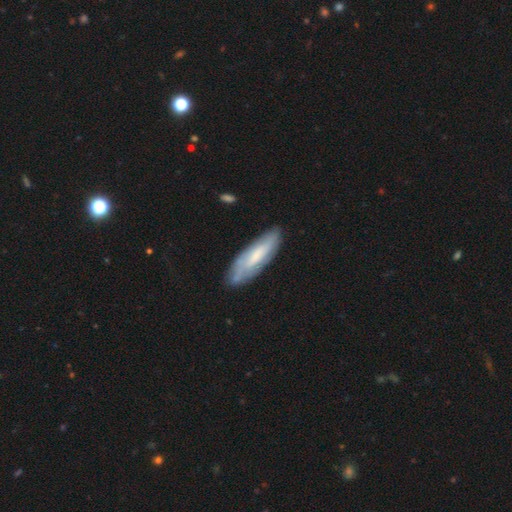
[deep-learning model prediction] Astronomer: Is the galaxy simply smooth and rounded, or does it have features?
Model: smooth — 51% (runner-up: featured or disk, 43%).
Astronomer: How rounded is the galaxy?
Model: cigar-shaped — 54% (runner-up: in between, 45%).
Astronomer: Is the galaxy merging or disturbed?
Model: none — 76%.